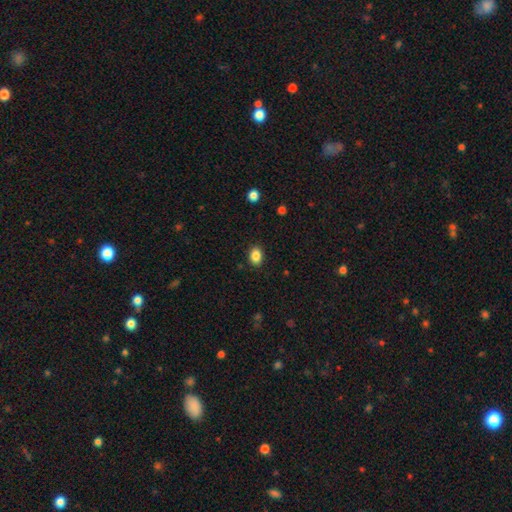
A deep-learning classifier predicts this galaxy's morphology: Smooth or featured? smooth (87%)
How rounded? in between (75%)
Merging? none (88%)